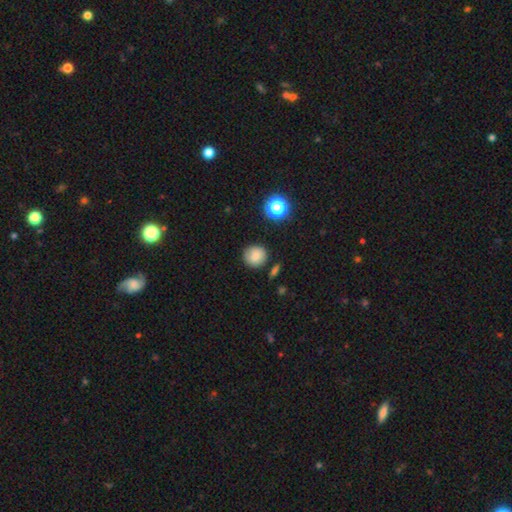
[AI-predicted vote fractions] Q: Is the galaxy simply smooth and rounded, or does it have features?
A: smooth — 82%.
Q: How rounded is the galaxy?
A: round — 89%.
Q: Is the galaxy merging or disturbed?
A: none — 81%.